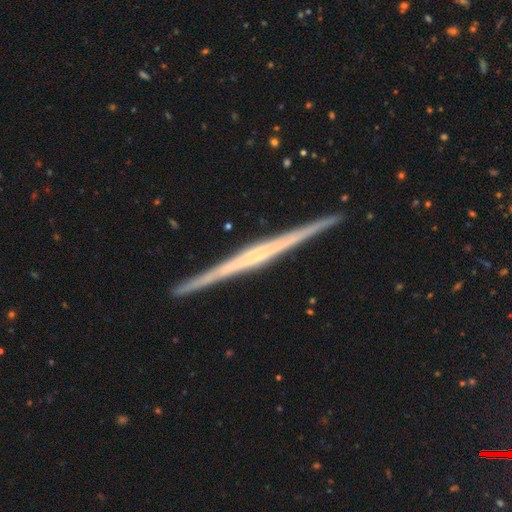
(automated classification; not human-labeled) This appears to be a featured or disk galaxy (78%) viewed edge-on (98%) with no central bulge (63%). Merging: none (92%).